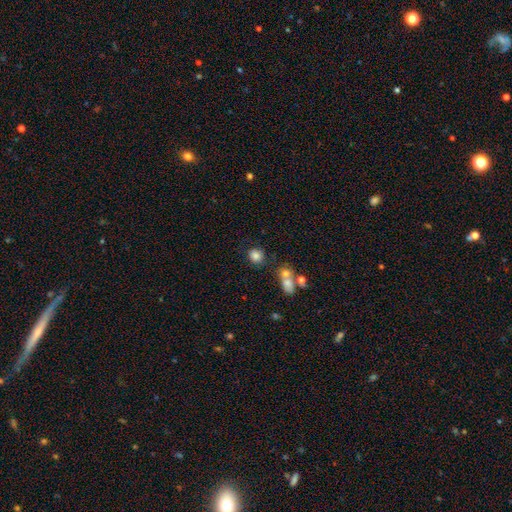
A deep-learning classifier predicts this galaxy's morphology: Smooth or featured?
  - smooth: 83% *
  - star or artifact: 11%
  - featured or disk: 6%
How rounded?
  - round: 83% *
  - in between: 15%
  - cigar-shaped: 1%
Merging?
  - none: 75% *
  - minor disturbance: 11%
  - merger: 9%
  - major disturbance: 5%